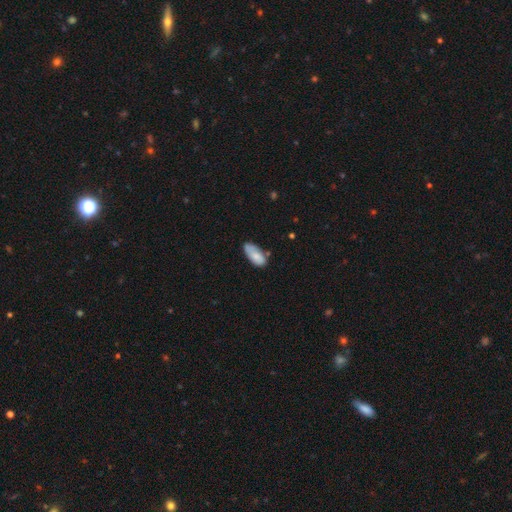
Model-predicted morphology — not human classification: Overall: smooth (79%). How rounded: in between (89%). Merging: none (56%; minor disturbance 30%).